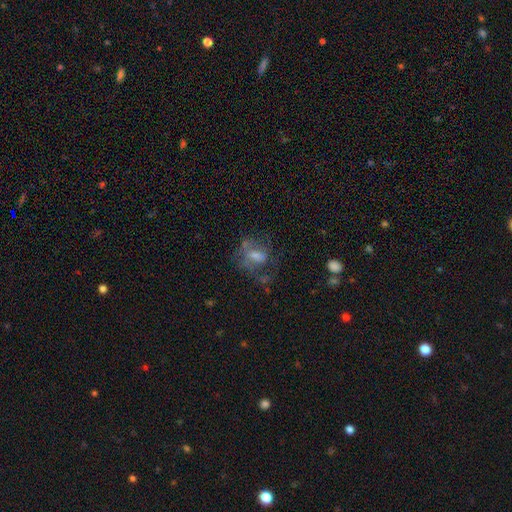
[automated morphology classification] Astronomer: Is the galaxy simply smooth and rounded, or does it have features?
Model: featured or disk — 49% (runner-up: smooth, 39%).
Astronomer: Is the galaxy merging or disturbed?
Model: major disturbance — 39% (runner-up: none, 37%).